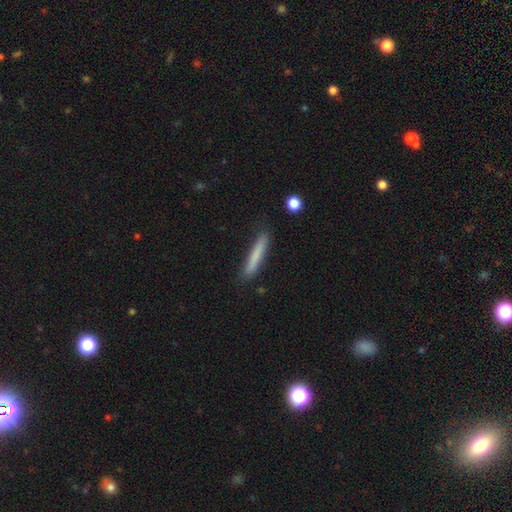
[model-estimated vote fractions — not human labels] smooth 78%, featured or disk 16%, star or artifact 6%. Down the decision tree: how rounded — cigar-shaped (94%); merging — none (85%).